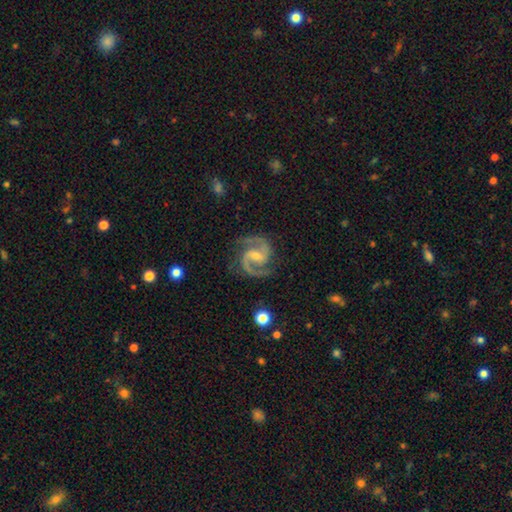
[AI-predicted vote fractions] A featured or disk galaxy (94%) with a weak bar (51%), 2 (94%) medium (69%) spiral arms (99%) and a small central bulge (49%). Merging: none (83%).